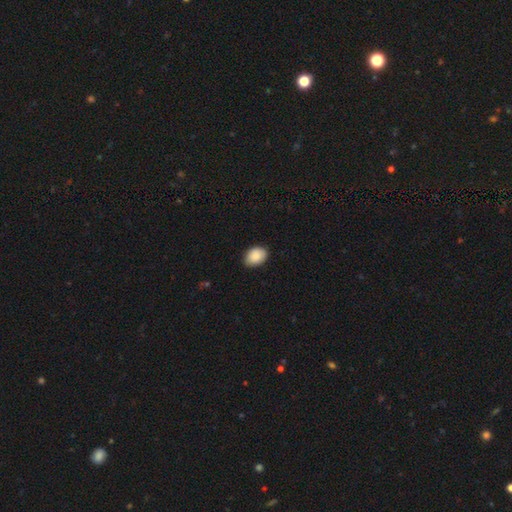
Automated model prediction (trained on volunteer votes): This is clearly a smooth galaxy (89%). How rounded: likely in between (79%). Merging: clearly none (84%).